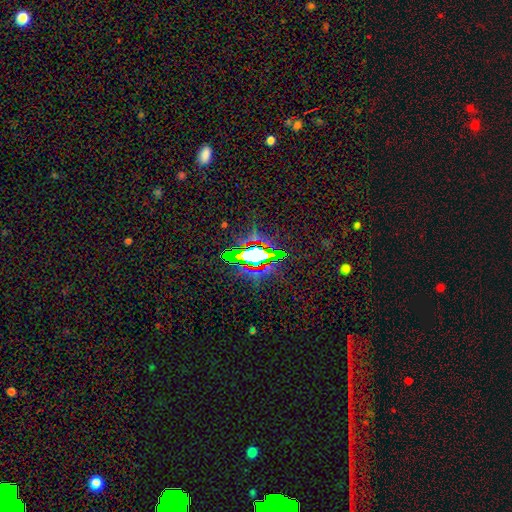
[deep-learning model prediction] Q: Smooth or featured?
A: star or artifact (63%); runner-up: smooth (21%)